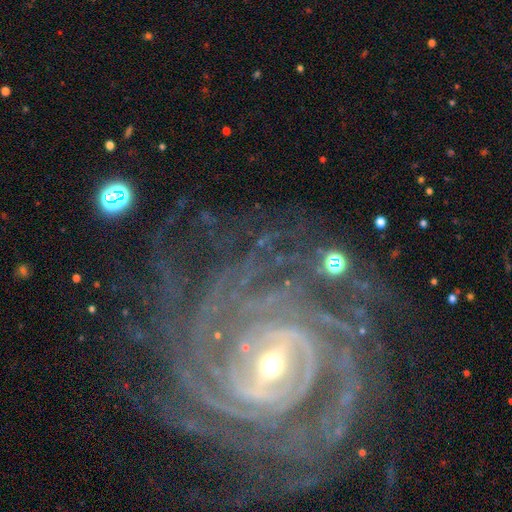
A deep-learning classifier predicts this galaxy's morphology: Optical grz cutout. It shows a featured or disk galaxy (91%) with a strong bar (44%), more than 4 (31%) tight (81%) spiral arms (98%) and a small central bulge (53%). Merging: none (73%).